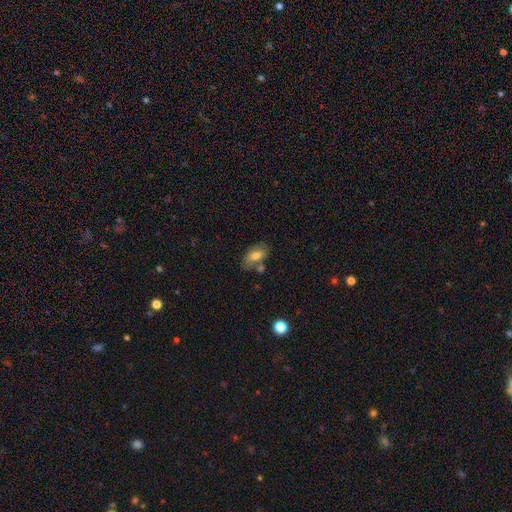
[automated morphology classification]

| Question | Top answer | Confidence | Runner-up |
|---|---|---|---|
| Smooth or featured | smooth | 67% | featured or disk (26%) |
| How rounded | in between | 89% | round (6%) |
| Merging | none | 61% | minor disturbance (18%) |